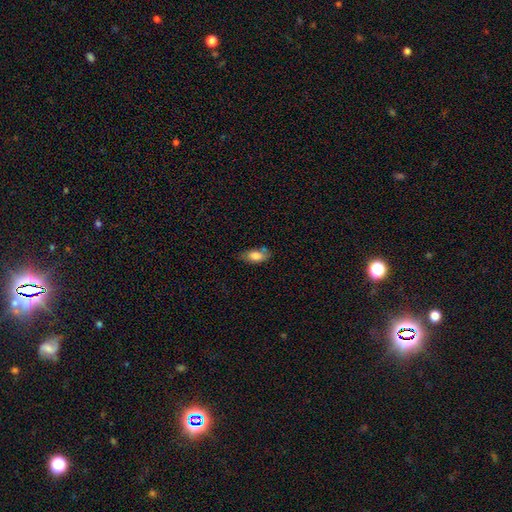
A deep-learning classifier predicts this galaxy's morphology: This appears to be a smooth galaxy with no disk features (78%) that is in between round and cigar-shaped (90%). Merging: none (67%).